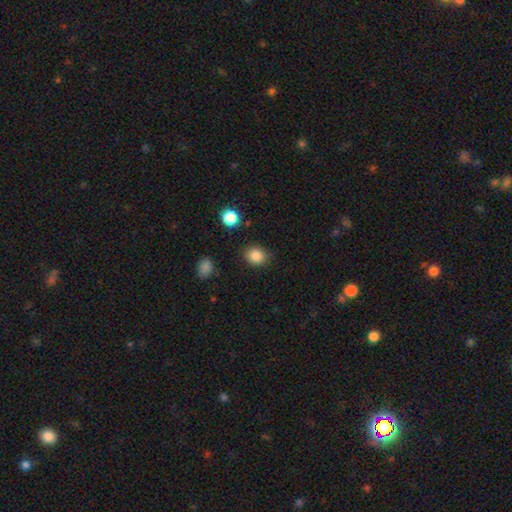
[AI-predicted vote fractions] This appears to be a smooth galaxy with no disk features (87%) that is round (70%). Merging: none (84%).